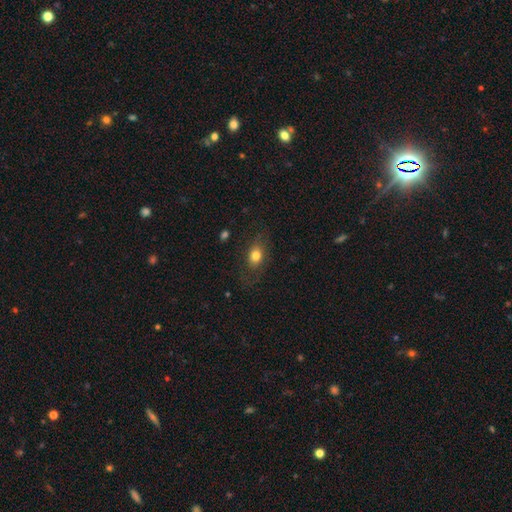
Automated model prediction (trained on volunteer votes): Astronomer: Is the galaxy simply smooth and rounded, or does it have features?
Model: smooth — 75%.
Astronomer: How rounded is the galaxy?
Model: in between — 74%.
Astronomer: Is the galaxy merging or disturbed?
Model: none — 69%.